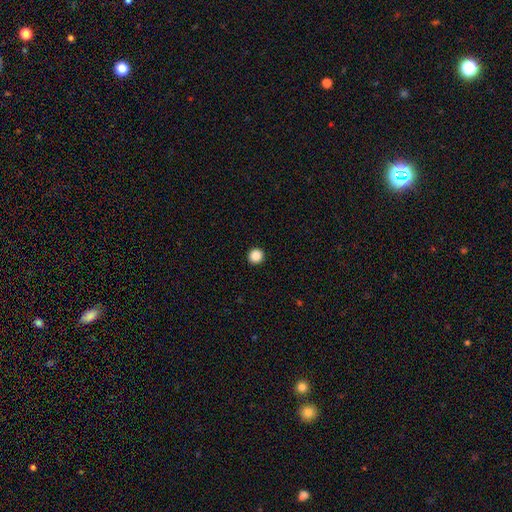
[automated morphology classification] This appears to be a smooth galaxy with no disk features (87%) that is round (95%). Merging: none (94%).